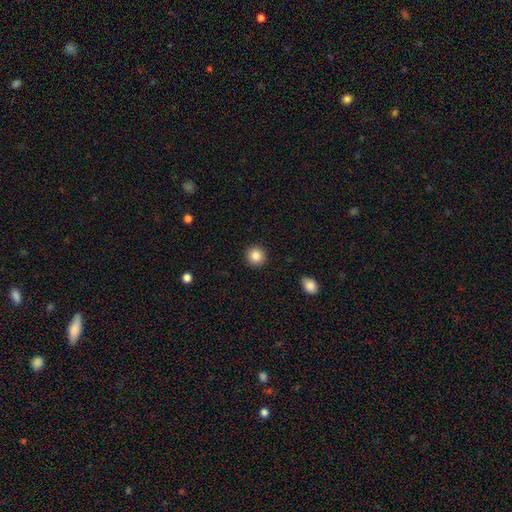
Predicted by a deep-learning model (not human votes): Morphology: type=smooth (85%); roundness=round (93%); merging=none (92%).